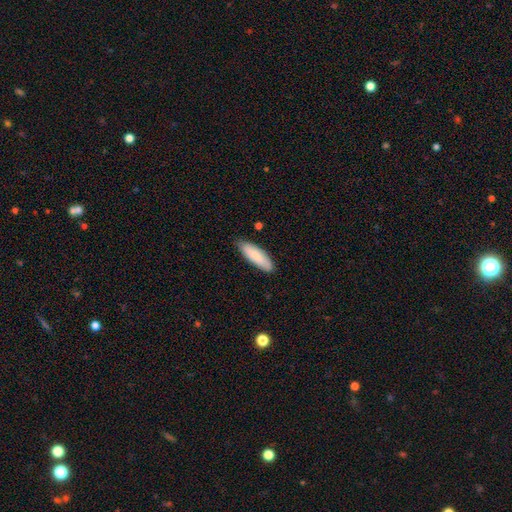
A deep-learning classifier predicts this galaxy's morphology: smooth-or-featured: smooth: 82% | featured or disk: 12% | star or artifact: 6%
  how-rounded: in between: 55% | cigar-shaped: 44% | round: 1%
  merging: none: 83% | minor disturbance: 14% | major disturbance: 2% | merger: 1%